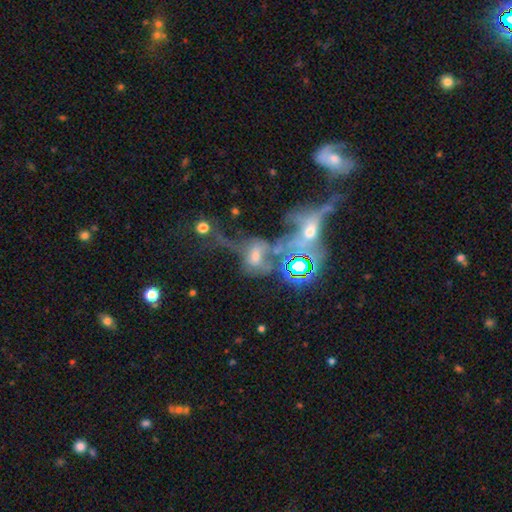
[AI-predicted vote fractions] featured or disk 44%, star or artifact 29%, smooth 27%. Down the decision tree: merging — merger (55%).